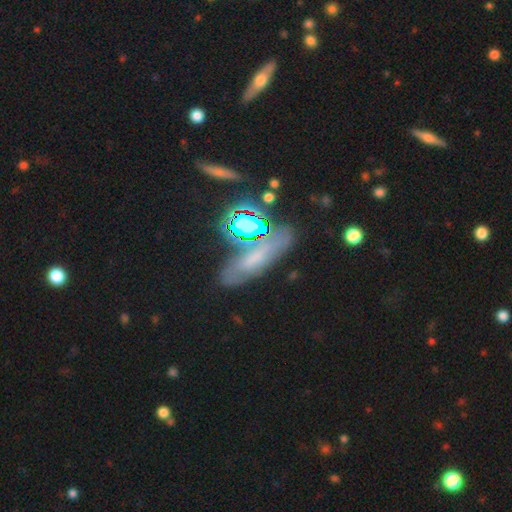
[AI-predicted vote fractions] Overall: smooth (41%; featured or disk 35%). Merging: none (68%).